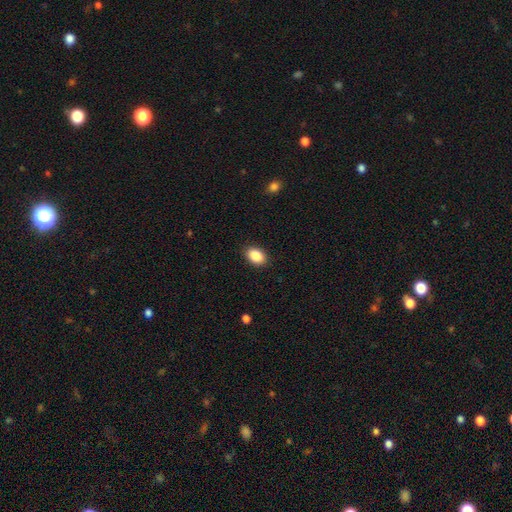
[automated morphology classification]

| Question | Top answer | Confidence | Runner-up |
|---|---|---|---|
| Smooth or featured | smooth | 88% | star or artifact (8%) |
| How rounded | in between | 84% | round (14%) |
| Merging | none | 88% | minor disturbance (8%) |